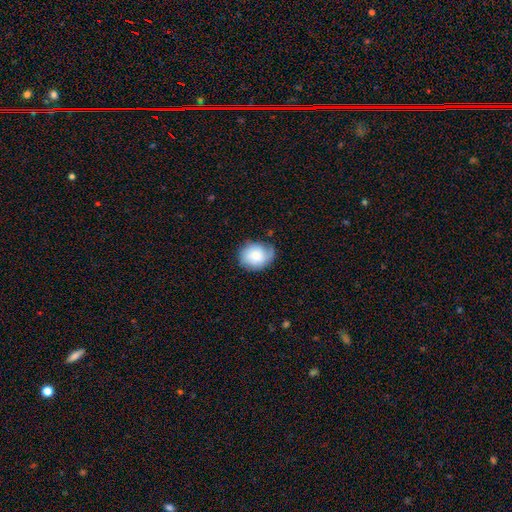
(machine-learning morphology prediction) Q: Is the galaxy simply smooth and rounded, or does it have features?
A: smooth — 69%.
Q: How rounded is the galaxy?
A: round — 62%.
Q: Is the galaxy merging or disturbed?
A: none — 59%.